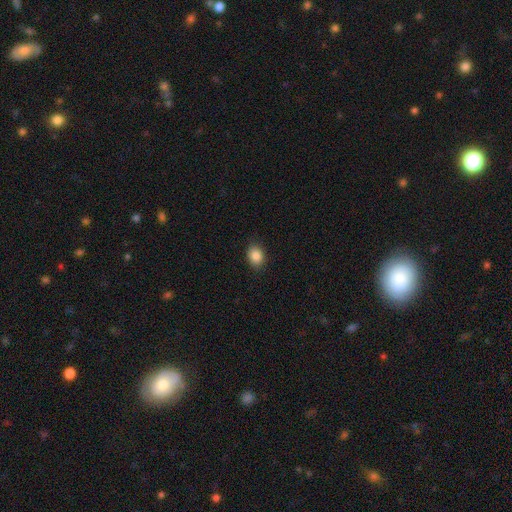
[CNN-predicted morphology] This is clearly a smooth galaxy (87%). How rounded: likely in between (60%). Merging: clearly none (86%).